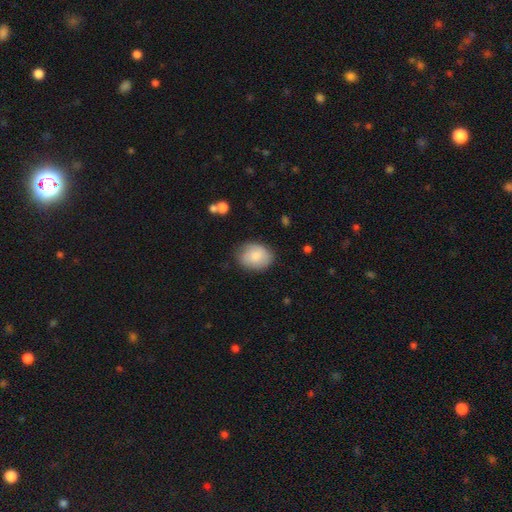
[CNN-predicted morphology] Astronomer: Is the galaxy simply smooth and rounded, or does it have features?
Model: smooth — 79%.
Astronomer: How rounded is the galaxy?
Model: in between — 61% (runner-up: round, 38%).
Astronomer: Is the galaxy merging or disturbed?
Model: none — 74%.